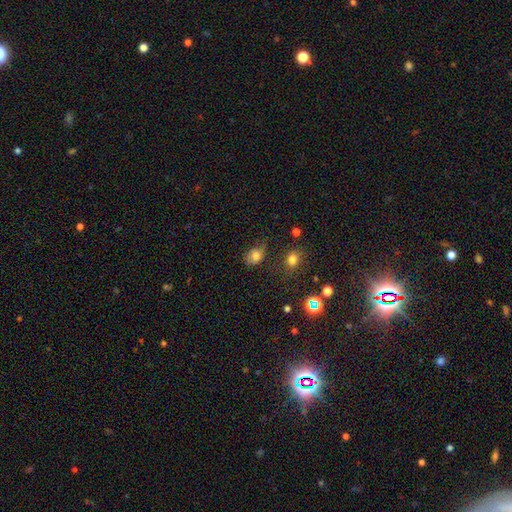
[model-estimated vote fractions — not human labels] smooth-or-featured: smooth: 75% | star or artifact: 14% | featured or disk: 11%
  how-rounded: in between: 63% | round: 36% | cigar-shaped: 1%
  merging: none: 44% | minor disturbance: 37% | major disturbance: 16% | merger: 4%